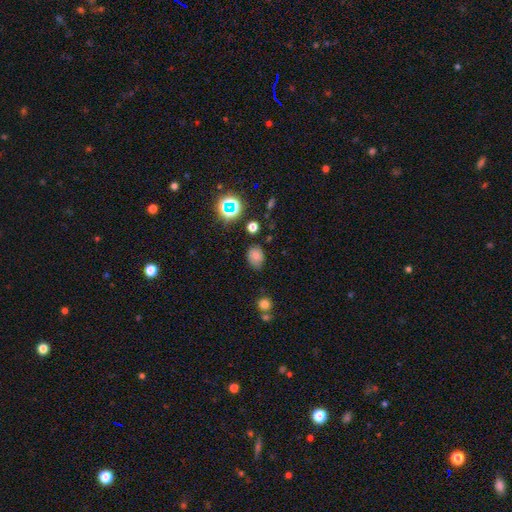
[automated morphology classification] Smooth or featured: smooth — 70% (star or artifact — 17%)
How rounded: in between — 63% (round — 36%)
Merging: none — 65% (minor disturbance — 27%)